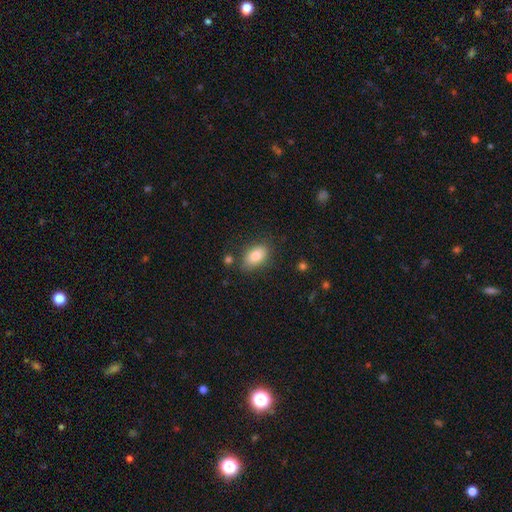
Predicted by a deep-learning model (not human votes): Smooth or featured? Predicted: smooth (p=0.81). How rounded? Predicted: in between (p=0.89). Merging? Predicted: none (p=0.78).